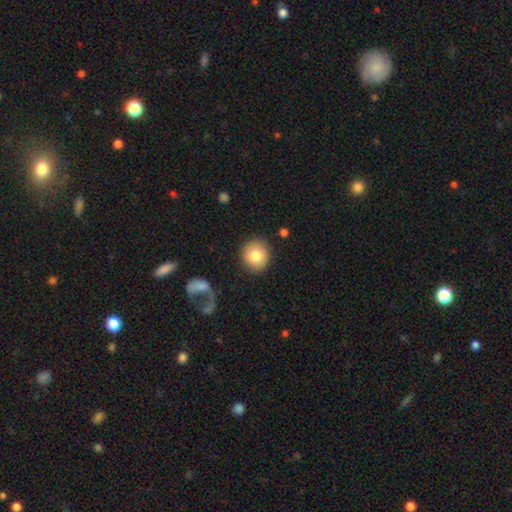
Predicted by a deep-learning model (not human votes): This is clearly a smooth galaxy (80%). How rounded: clearly round (90%). Merging: clearly none (88%).